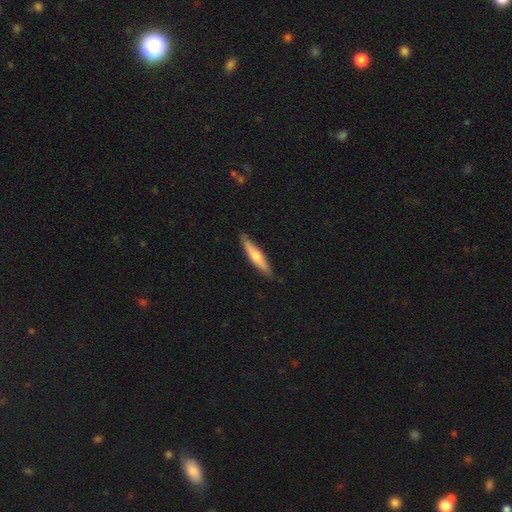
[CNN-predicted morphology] This appears to be a smooth galaxy with no disk features (56%) that is cigar-shaped (85%). Merging: none (87%).